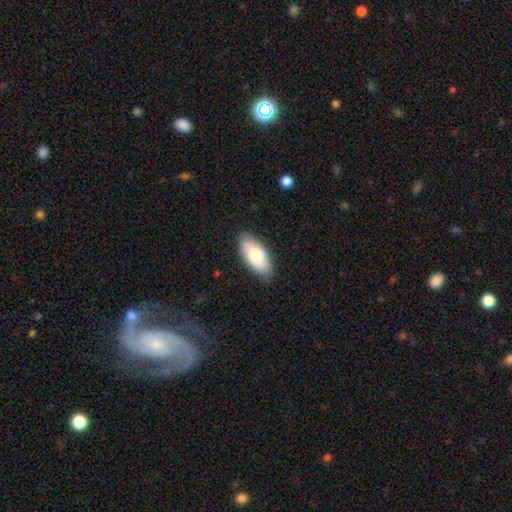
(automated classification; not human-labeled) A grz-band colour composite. It shows a smooth galaxy with no disk features (78%) that is in between round and cigar-shaped (91%). Merging: none (82%).